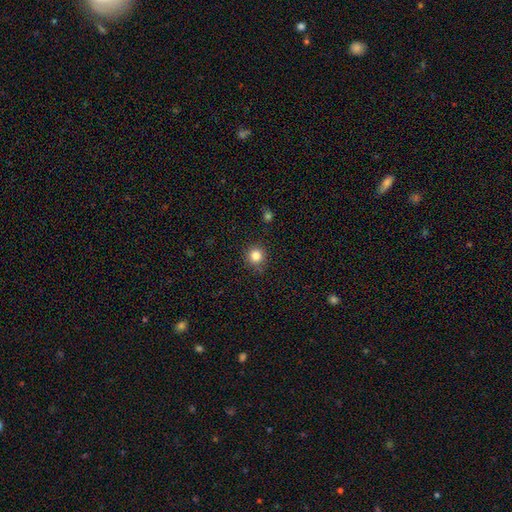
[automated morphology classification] Q: Smooth or featured?
A: smooth (83%); runner-up: star or artifact (12%)
Q: How rounded?
A: round (93%); runner-up: in between (6%)
Q: Merging?
A: none (88%); runner-up: minor disturbance (8%)